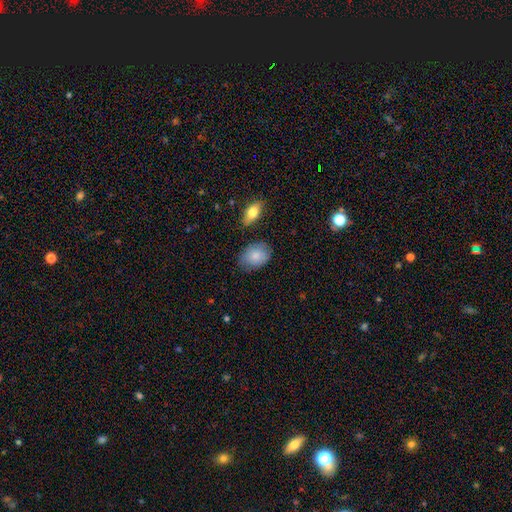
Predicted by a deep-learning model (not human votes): smooth-or-featured: smooth: 84% | featured or disk: 10% | star or artifact: 6%
  how-rounded: in between: 80% | round: 19% | cigar-shaped: 1%
  merging: none: 77% | minor disturbance: 17% | major disturbance: 3% | merger: 3%